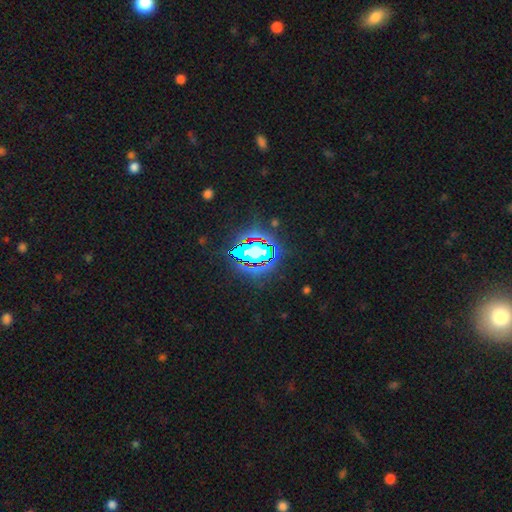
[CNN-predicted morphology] Smooth or featured: star or artifact — 78% (smooth — 12%)